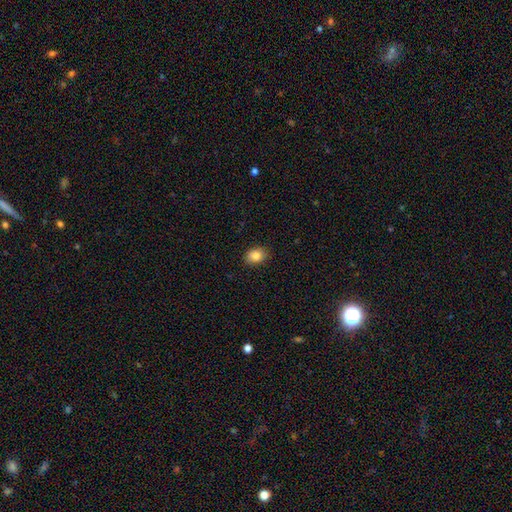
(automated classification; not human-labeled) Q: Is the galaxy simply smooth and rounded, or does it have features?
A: smooth — 84%.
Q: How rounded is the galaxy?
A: in between — 67%.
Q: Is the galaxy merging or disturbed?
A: none — 88%.